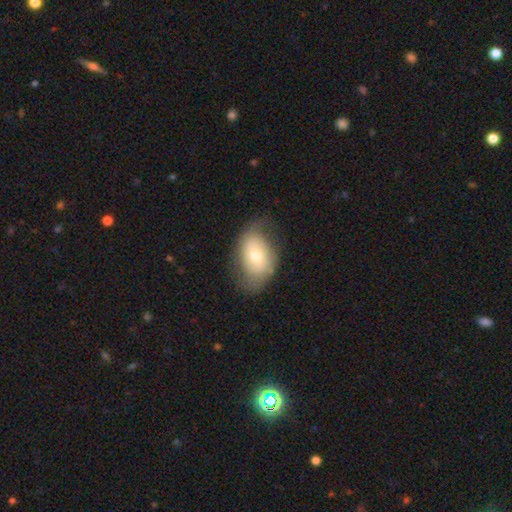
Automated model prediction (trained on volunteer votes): Smooth or featured: smooth — 59% (featured or disk — 33%)
How rounded: in between — 81% (round — 17%)
Merging: none — 61% (minor disturbance — 26%)